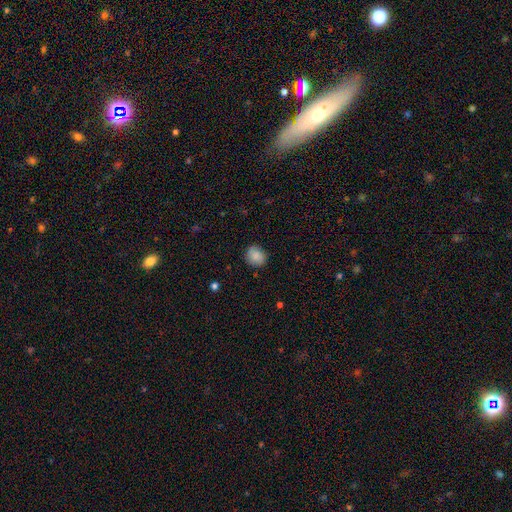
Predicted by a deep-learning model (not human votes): Smooth or featured: smooth — 86% (star or artifact — 8%)
How rounded: round — 71% (in between — 28%)
Merging: none — 82% (minor disturbance — 14%)